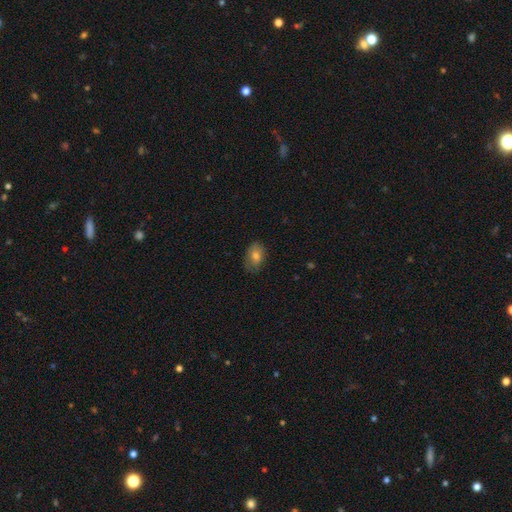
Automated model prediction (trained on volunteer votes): Morphology: type=smooth (75%); roundness=in between (80%); merging=none (78%).